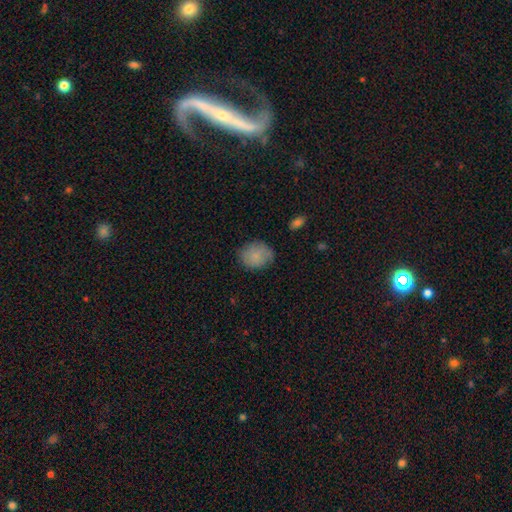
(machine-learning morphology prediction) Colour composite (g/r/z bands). It shows a smooth galaxy with no disk features (81%) that is round (62%). Merging: none (74%).